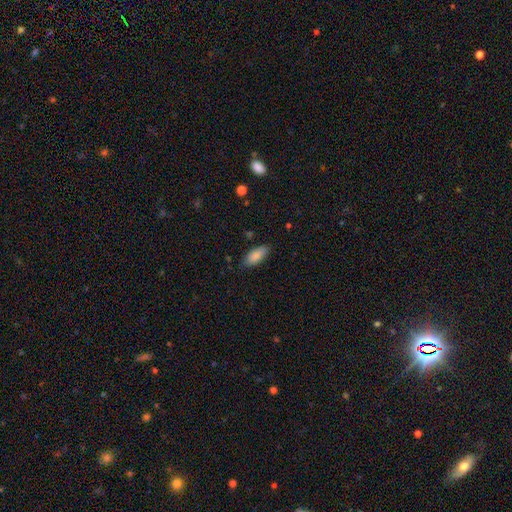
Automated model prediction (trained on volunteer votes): Smooth or featured? smooth (86%)
How rounded? in between (88%)
Merging? none (81%)